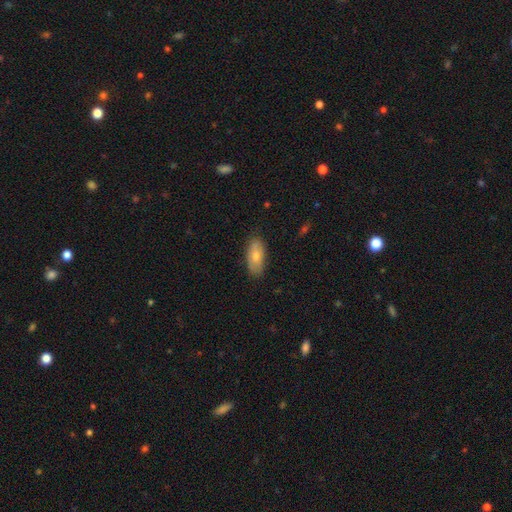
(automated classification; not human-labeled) A smooth galaxy with no disk features (75%) that is in between round and cigar-shaped (87%).

Vote fractions:
- Smooth or featured? smooth: 75% / featured or disk: 19% / star or artifact: 6%
- How rounded? in between: 87% / cigar-shaped: 10% / round: 3%
- Merging? none: 80% / minor disturbance: 16% / major disturbance: 3% / merger: 1%